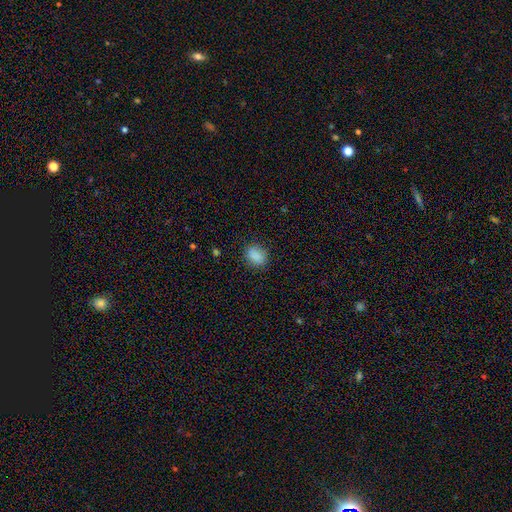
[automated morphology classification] This appears to be a smooth galaxy with no disk features (87%) that is in between round and cigar-shaped (63%). Merging: none (82%).